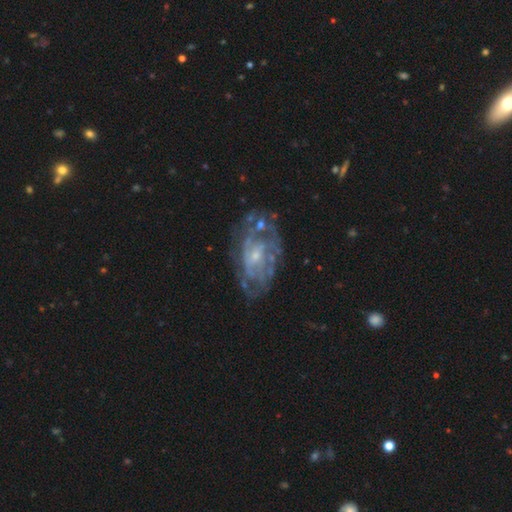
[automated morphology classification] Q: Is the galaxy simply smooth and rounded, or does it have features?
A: featured or disk — 78%.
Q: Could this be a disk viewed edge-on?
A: no — 95%.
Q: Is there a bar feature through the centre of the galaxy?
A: no — 62%.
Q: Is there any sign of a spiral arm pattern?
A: yes — 70%.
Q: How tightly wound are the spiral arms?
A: tight — 54%.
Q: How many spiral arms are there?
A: can't tell — 58%.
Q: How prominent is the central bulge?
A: small — 63%.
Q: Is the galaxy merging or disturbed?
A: none — 63%.